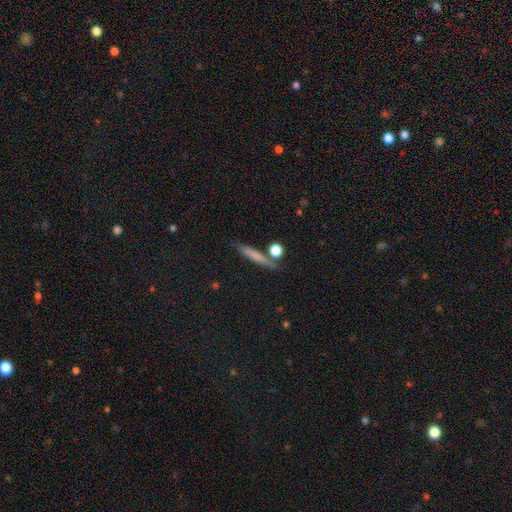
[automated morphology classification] Smooth or featured: smooth — 66% (featured or disk — 24%)
How rounded: cigar-shaped — 85% (in between — 9%)
Merging: none — 78% (minor disturbance — 11%)